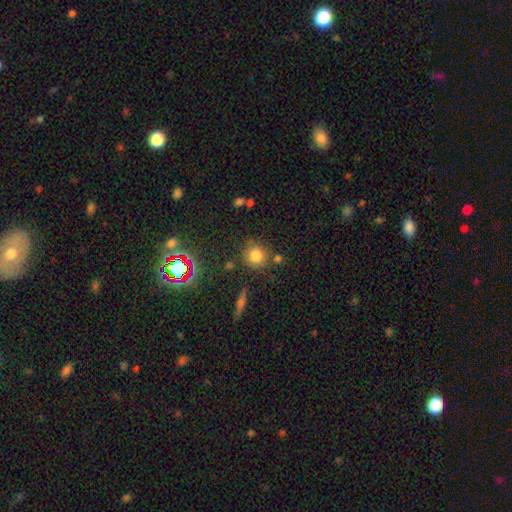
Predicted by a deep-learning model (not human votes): A smooth galaxy with no disk features (78%) that is round (88%).

Vote fractions:
- Smooth or featured? smooth: 78% / star or artifact: 15% / featured or disk: 7%
- How rounded? round: 88% / in between: 10% / cigar-shaped: 1%
- Merging? none: 77% / minor disturbance: 11% / merger: 8% / major disturbance: 4%